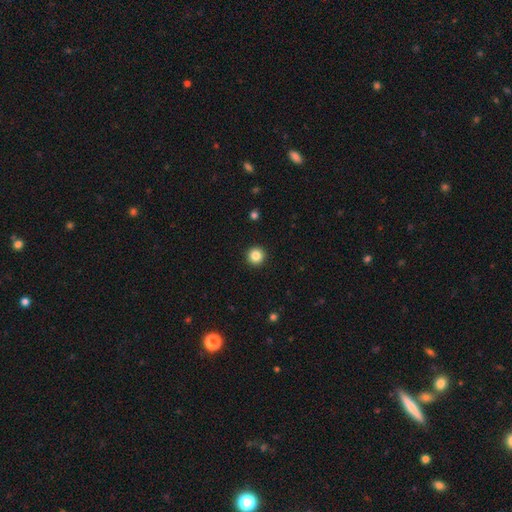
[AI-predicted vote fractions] smooth_or_featured: smooth (p=0.85) [alt: star or artifact p=0.11]
how_rounded: round (p=0.96) [alt: in between p=0.03]
merging: none (p=0.94) [alt: minor disturbance p=0.04]